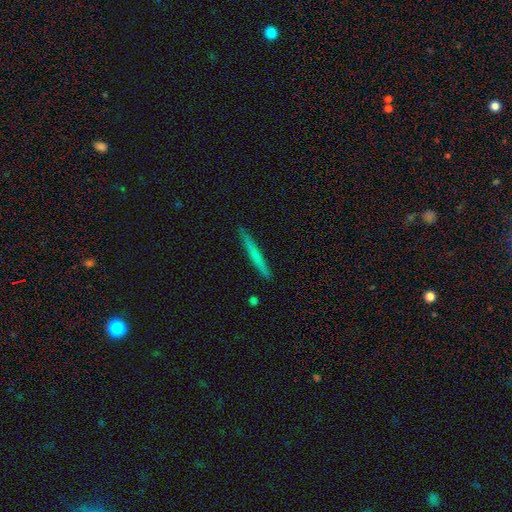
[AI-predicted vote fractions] This is likely a smooth galaxy (62%). How rounded: clearly cigar-shaped (97%). Merging: clearly none (90%).